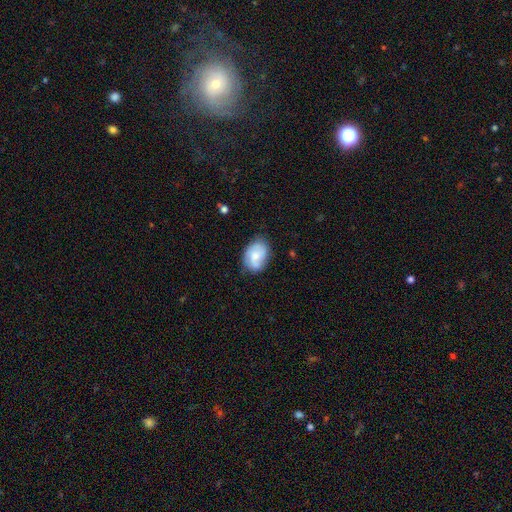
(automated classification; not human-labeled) Smooth or featured?
  - smooth: 51% *
  - featured or disk: 41%
  - star or artifact: 7%
How rounded?
  - in between: 75% *
  - round: 24%
  - cigar-shaped: 1%
Merging?
  - none: 68% *
  - minor disturbance: 24%
  - major disturbance: 6%
  - merger: 2%